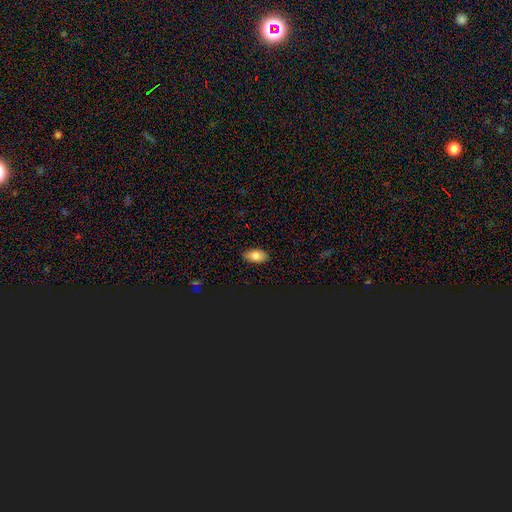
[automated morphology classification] The model was most divided on "smooth or featured": smooth: 84%, star or artifact: 9%, featured or disk: 7%. More confident: how rounded — in between (93%); merging — none (87%).